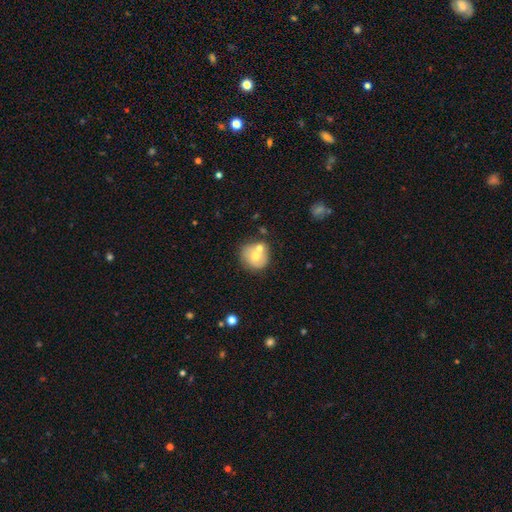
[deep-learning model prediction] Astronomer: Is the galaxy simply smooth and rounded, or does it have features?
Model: smooth — 59%.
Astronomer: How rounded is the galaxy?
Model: round — 82%.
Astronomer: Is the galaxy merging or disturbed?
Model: none — 47% (runner-up: merger, 34%).